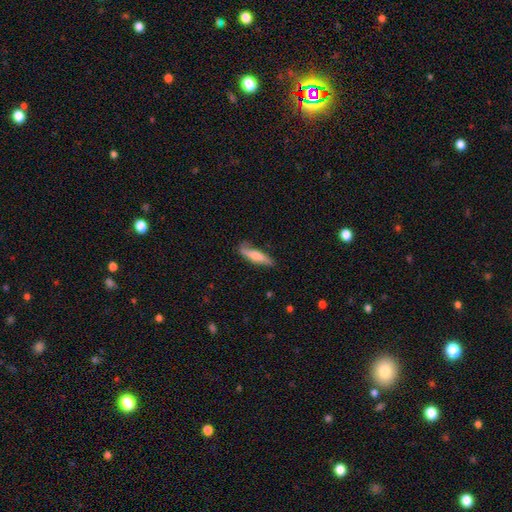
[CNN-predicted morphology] A smooth galaxy with no disk features (61%) that is cigar-shaped (73%).

Vote fractions:
- Smooth or featured? smooth: 61% / featured or disk: 33% / star or artifact: 6%
- How rounded? cigar-shaped: 73% / in between: 25% / round: 2%
- Merging? none: 67% / minor disturbance: 24% / major disturbance: 6% / merger: 2%